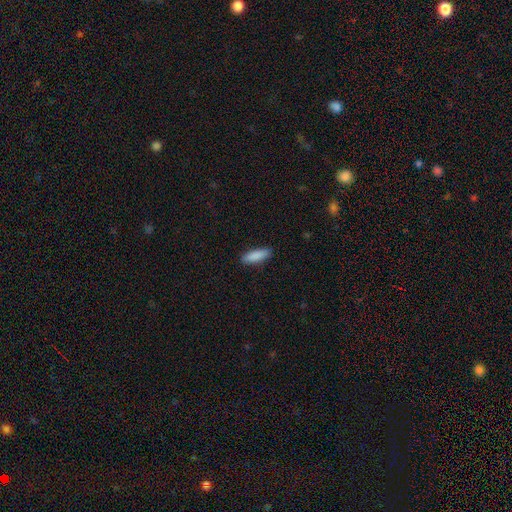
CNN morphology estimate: This appears to be a smooth galaxy with no disk features (89%) that is cigar-shaped (53%). Merging: none (88%).